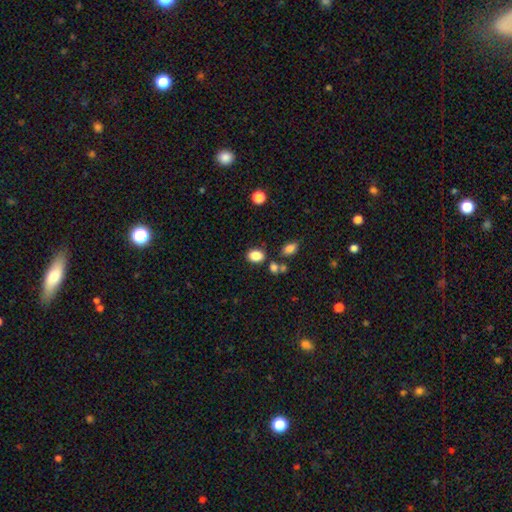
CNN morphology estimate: smooth_or_featured: smooth (p=0.86) [alt: star or artifact p=0.10]
how_rounded: in between (p=0.75) [alt: round p=0.24]
merging: none (p=0.77) [alt: minor disturbance p=0.11]